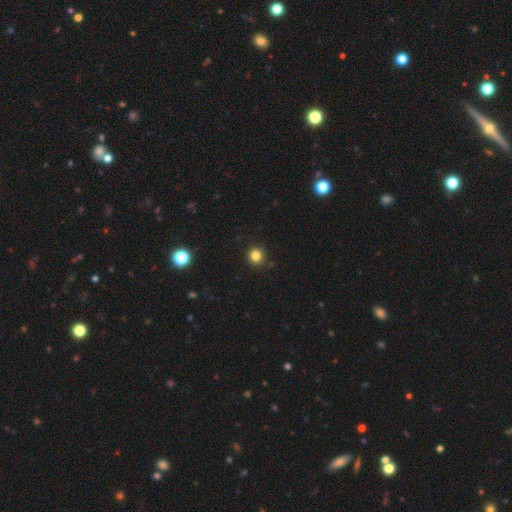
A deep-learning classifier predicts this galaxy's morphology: This appears to be a smooth galaxy with no disk features (83%) that is round (92%). Merging: none (90%).